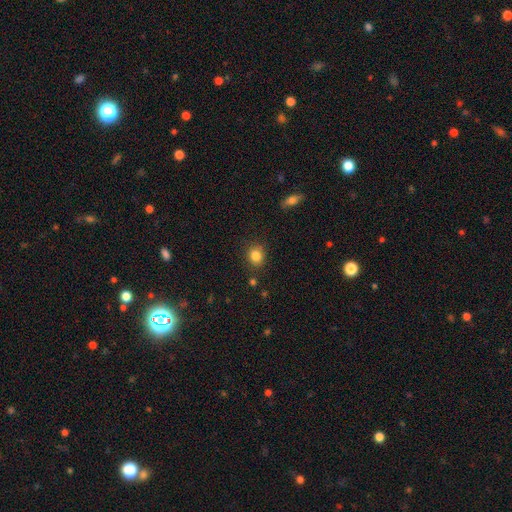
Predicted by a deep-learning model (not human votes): The model was most divided on "how rounded": round: 76%, in between: 23%, cigar-shaped: 1%. More confident: merging — none (85%); smooth or featured — smooth (84%).